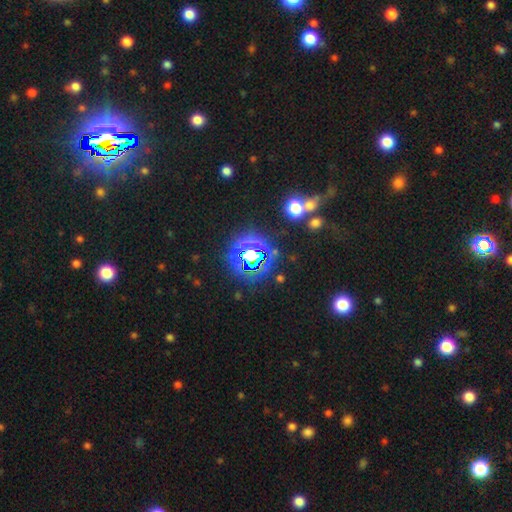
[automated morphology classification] smooth_or_featured: star or artifact (p=0.71) [alt: smooth p=0.19]